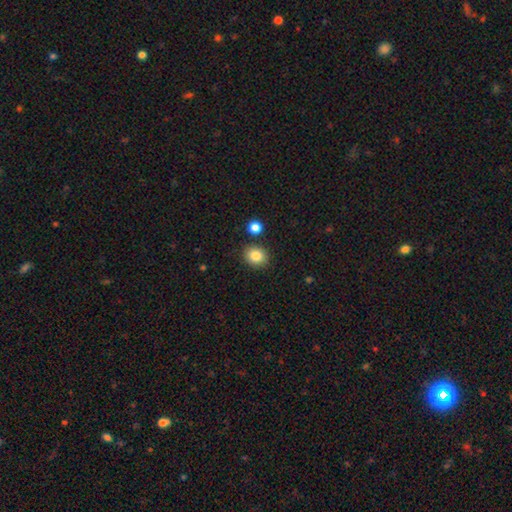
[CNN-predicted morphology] Overall: smooth (85%). How rounded: round (67%; in between 32%). Merging: none (85%).